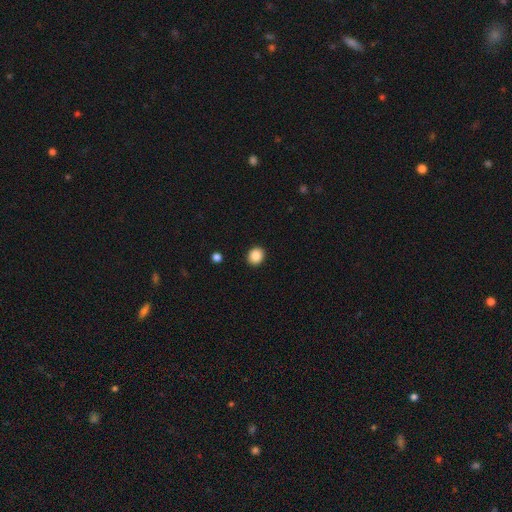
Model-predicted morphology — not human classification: smooth-or-featured: smooth: 88% | star or artifact: 9% | featured or disk: 3%
  how-rounded: round: 68% | in between: 31% | cigar-shaped: 1%
  merging: none: 91% | minor disturbance: 6% | major disturbance: 2% | merger: 1%